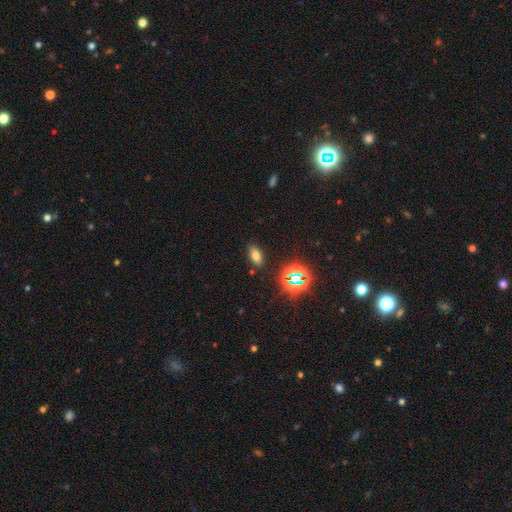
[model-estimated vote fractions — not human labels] Smooth or featured? smooth (67%)
How rounded? in between (84%)
Merging? none (86%)